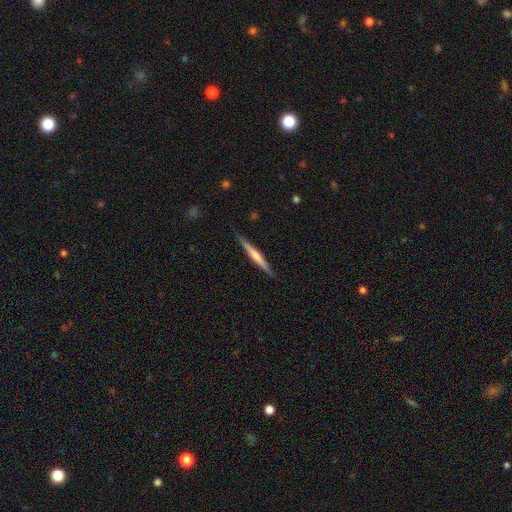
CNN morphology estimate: type=featured or disk (49%); merging=none (88%).